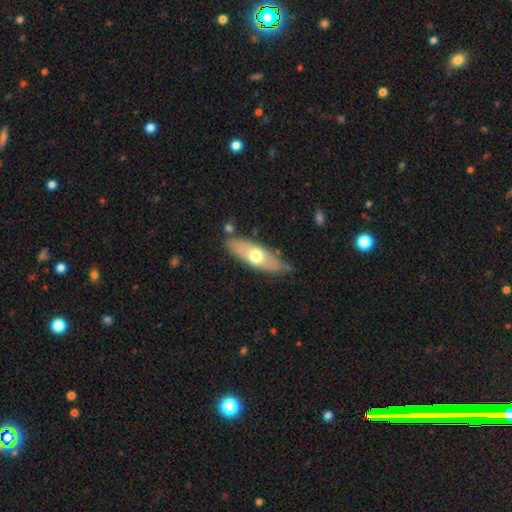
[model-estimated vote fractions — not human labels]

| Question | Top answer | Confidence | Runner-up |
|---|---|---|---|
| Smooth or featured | smooth | 52% | featured or disk (42%) |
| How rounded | in between | 53% | cigar-shaped (44%) |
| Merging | none | 73% | minor disturbance (18%) |